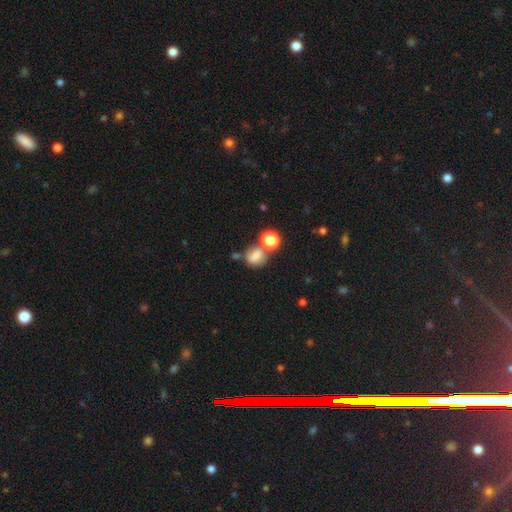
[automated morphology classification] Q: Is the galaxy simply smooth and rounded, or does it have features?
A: smooth — 69%.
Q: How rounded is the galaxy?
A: round — 55%.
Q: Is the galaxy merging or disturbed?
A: none — 41%.